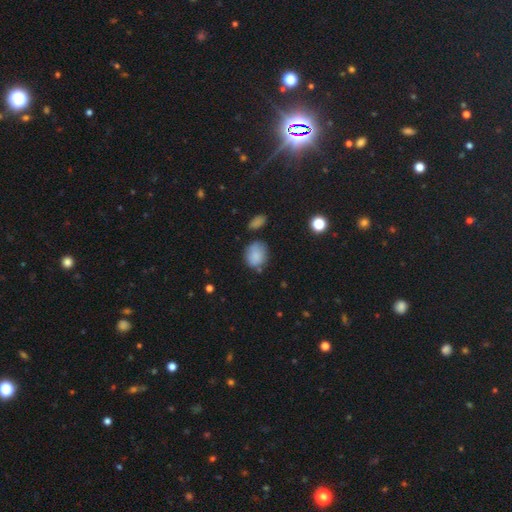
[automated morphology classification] smooth-or-featured: smooth: 83% | star or artifact: 9% | featured or disk: 8%
  how-rounded: round: 61% | in between: 38% | cigar-shaped: 1%
  merging: none: 62% | minor disturbance: 24% | merger: 7% | major disturbance: 6%